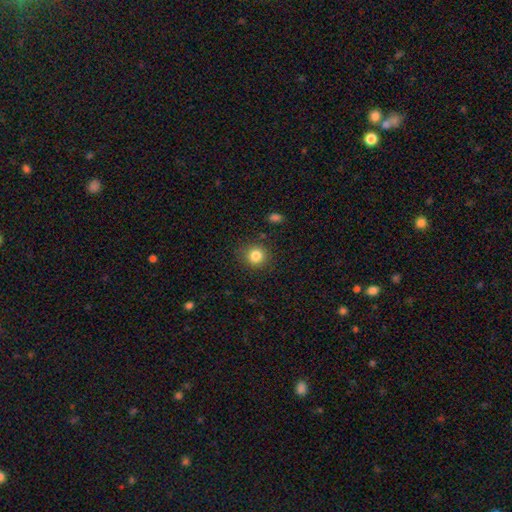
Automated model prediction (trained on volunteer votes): This appears to be a smooth galaxy with no disk features (83%) that is round (90%). Merging: none (87%).